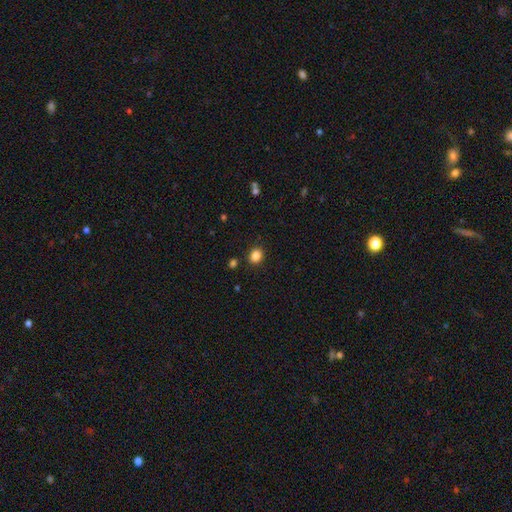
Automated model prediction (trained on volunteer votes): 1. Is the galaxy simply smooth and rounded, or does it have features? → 85% smooth, 11% star or artifact, 4% featured or disk.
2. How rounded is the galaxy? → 61% round, 38% in between, 1% cigar-shaped.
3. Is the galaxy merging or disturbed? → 87% none, 8% minor disturbance, 2% major disturbance, 2% merger.